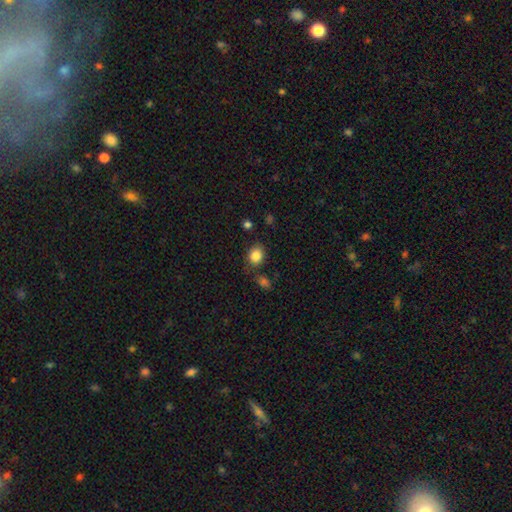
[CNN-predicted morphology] Smooth or featured? Predicted: smooth (p=0.85). How rounded? Predicted: round (p=0.60). Merging? Predicted: none (p=0.75).